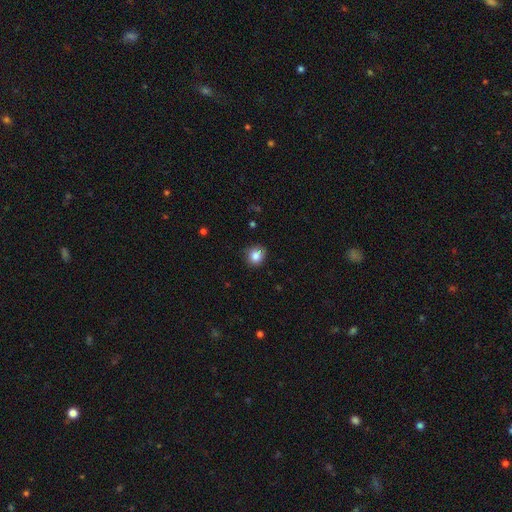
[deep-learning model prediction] This is clearly a smooth galaxy (85%). How rounded: clearly round (81%). Merging: likely none (79%).